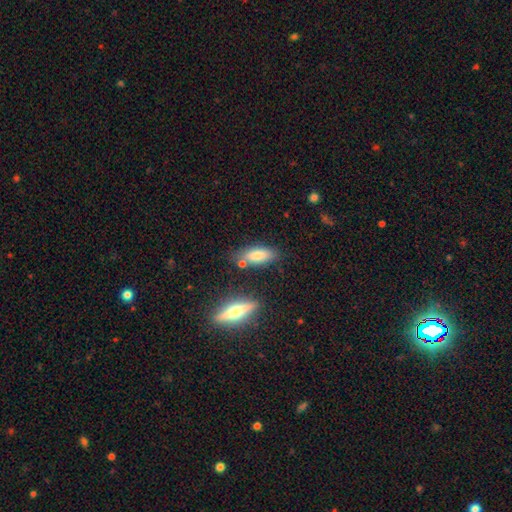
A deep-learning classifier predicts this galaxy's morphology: Overall: smooth (77%). How rounded: in between (70%). Merging: none (71%).